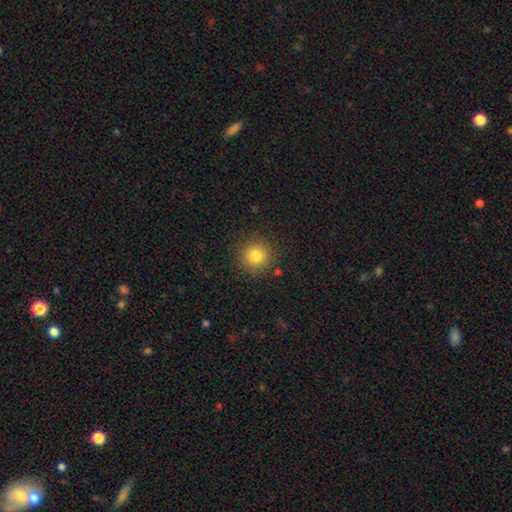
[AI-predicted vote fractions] Smooth or featured: smooth — 81% (star or artifact — 12%)
How rounded: round — 94% (in between — 5%)
Merging: none — 89% (minor disturbance — 7%)